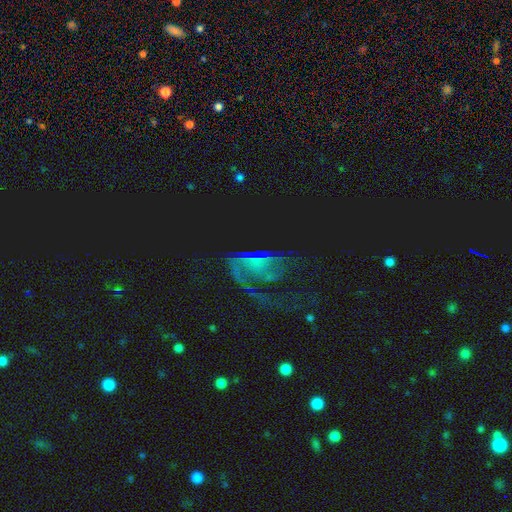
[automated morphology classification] This is possibly a featured or disk galaxy (54%). It is clearly not viewed edge-on (95%). Bar: likely no (63%). Spiral arm pattern: likely yes (75%). Central bulge: possibly small (53%). Merging: marginally major disturbance (41%).